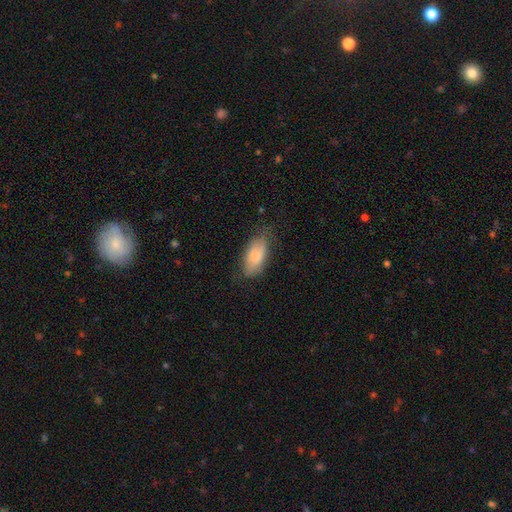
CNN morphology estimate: This appears to be a smooth galaxy with no disk features (81%) that is in between round and cigar-shaped (88%). Merging: none (66%).